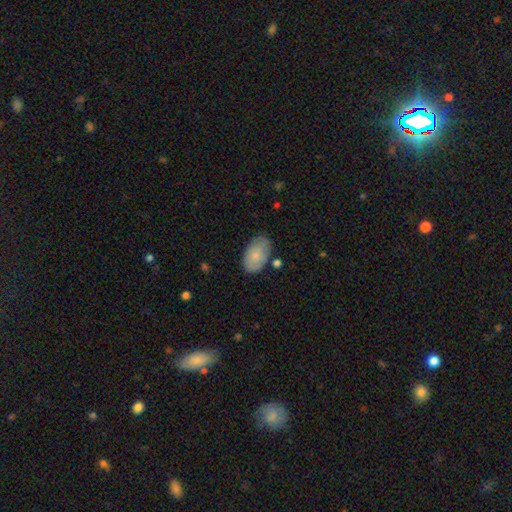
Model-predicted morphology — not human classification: Smooth or featured?
  - smooth: 78% *
  - featured or disk: 16%
  - star or artifact: 6%
How rounded?
  - in between: 94% *
  - round: 4%
  - cigar-shaped: 1%
Merging?
  - none: 74% *
  - minor disturbance: 18%
  - major disturbance: 4%
  - merger: 4%